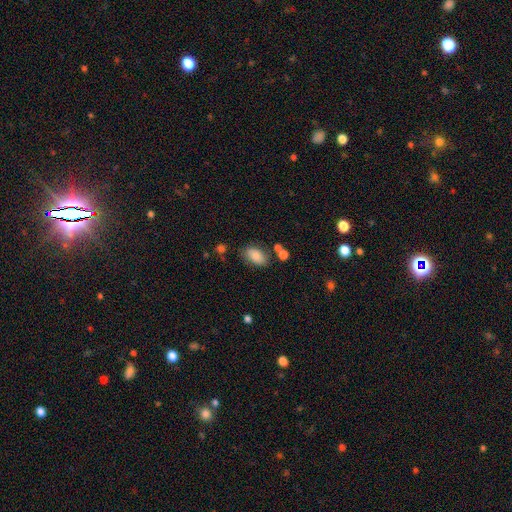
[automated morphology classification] type=smooth (84%); roundness=in between (92%); merging=none (72%).